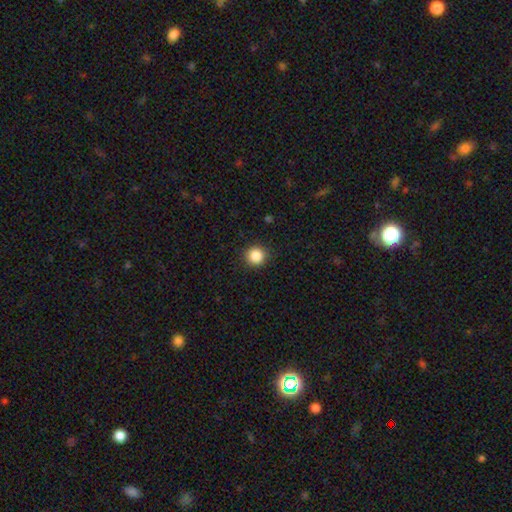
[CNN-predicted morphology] This is clearly a smooth galaxy (86%). How rounded: clearly round (94%). Merging: clearly none (91%).